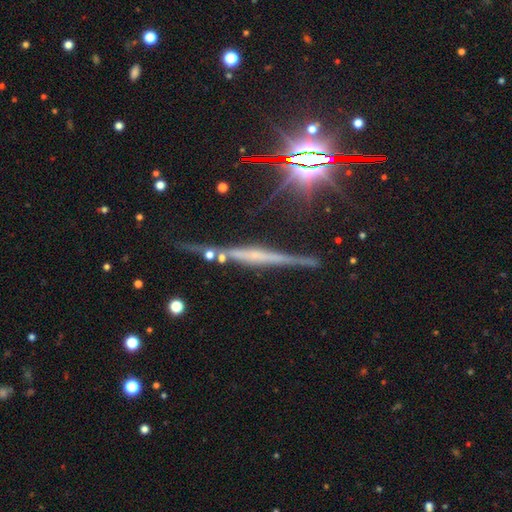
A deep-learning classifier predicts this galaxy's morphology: Smooth or featured?
  - featured or disk: 62% *
  - star or artifact: 20%
  - smooth: 17%
Edge-on disk?
  - yes: 96% *
  - no: 4%
Edge-on bulge?
  - none: 48% *
  - rounded: 30%
  - boxy: 22%
Merging?
  - none: 72% *
  - minor disturbance: 18%
  - merger: 6%
  - major disturbance: 5%